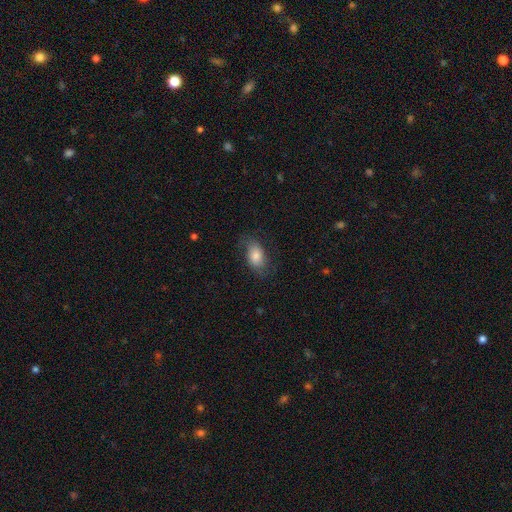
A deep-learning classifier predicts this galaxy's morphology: Smooth or featured? smooth (72%)
How rounded? in between (86%)
Merging? none (69%)